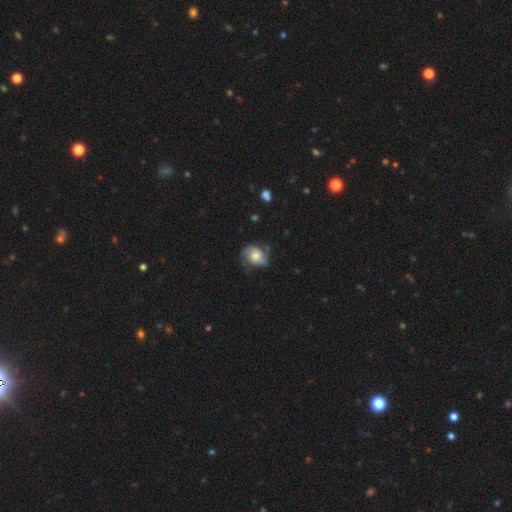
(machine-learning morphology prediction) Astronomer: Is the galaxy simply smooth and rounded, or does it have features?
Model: featured or disk — 57% (runner-up: smooth, 35%).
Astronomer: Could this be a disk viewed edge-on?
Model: no — 97%.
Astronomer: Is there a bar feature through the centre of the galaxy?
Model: no — 70%.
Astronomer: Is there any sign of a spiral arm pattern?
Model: yes — 88%.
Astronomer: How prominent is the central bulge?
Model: moderate — 54%.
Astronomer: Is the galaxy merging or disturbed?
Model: none — 56%.